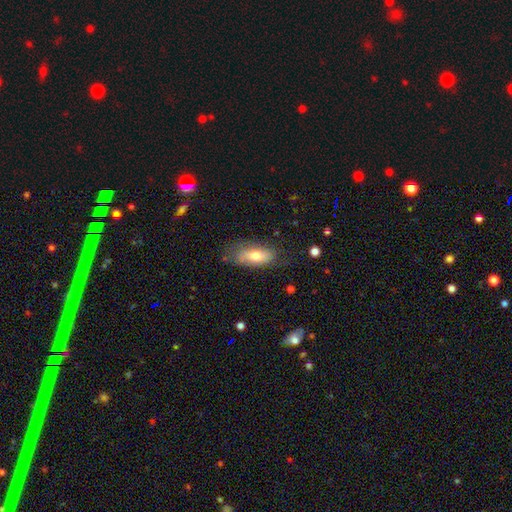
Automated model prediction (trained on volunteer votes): Smooth or featured? smooth (68%)
How rounded? in between (85%)
Merging? none (67%)